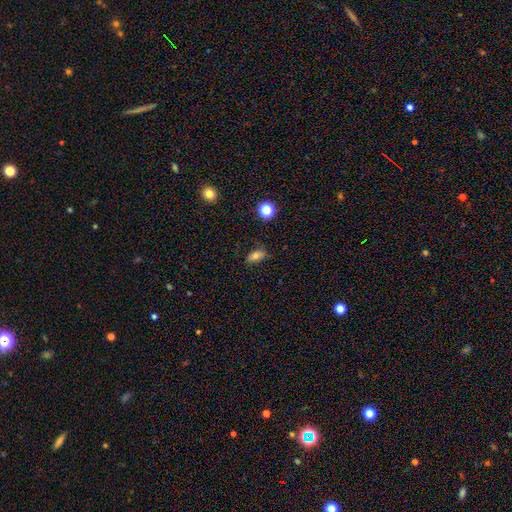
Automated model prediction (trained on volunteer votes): A smooth galaxy with no disk features (74%) that is in between round and cigar-shaped (84%). Merging: none (82%).